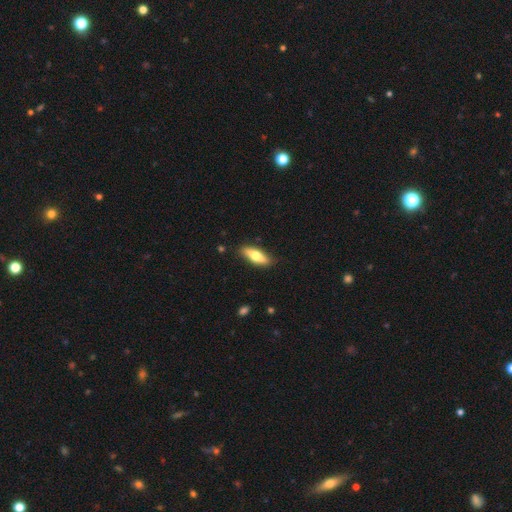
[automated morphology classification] This is likely a smooth galaxy (60%). How rounded: possibly in between (53%). Merging: clearly none (85%).